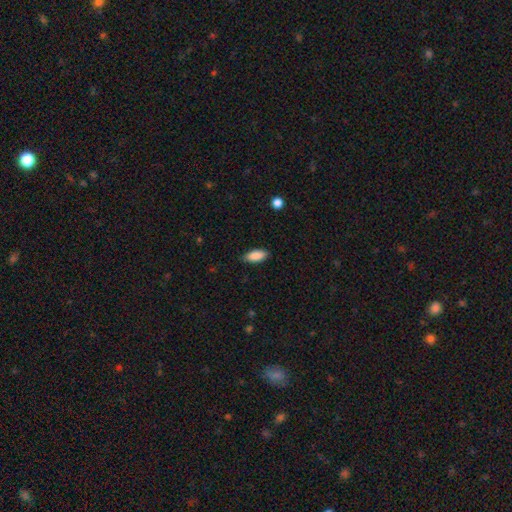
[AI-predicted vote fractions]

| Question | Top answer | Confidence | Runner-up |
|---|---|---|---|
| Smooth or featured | smooth | 89% | star or artifact (6%) |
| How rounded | in between | 87% | cigar-shaped (11%) |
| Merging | none | 85% | minor disturbance (12%) |